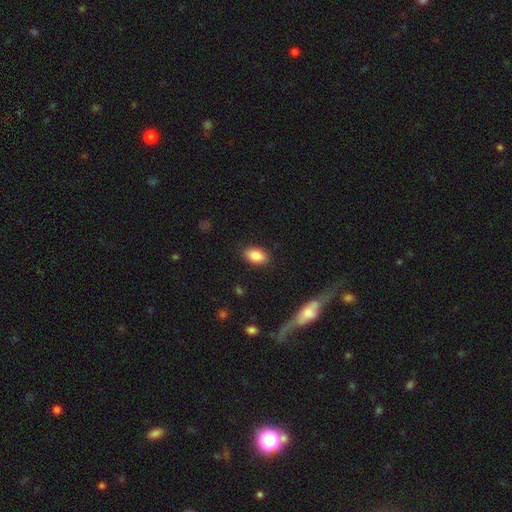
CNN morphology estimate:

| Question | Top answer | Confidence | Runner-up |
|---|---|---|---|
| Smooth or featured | smooth | 86% | star or artifact (7%) |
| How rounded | in between | 91% | round (6%) |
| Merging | none | 87% | minor disturbance (9%) |